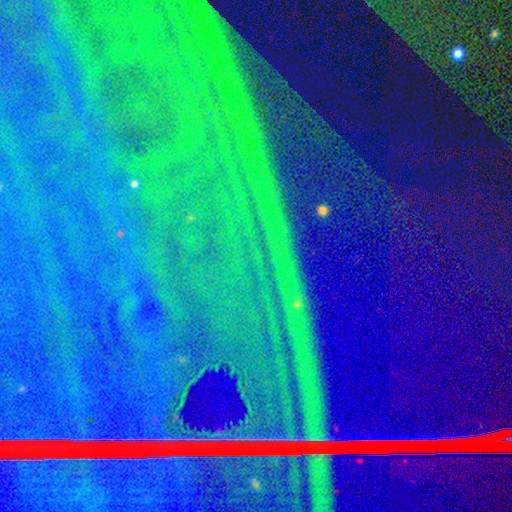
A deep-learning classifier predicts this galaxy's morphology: A star or artifact, not a galaxy (88%).

Vote fractions:
- Smooth or featured? star or artifact: 88% / featured or disk: 6% / smooth: 5%